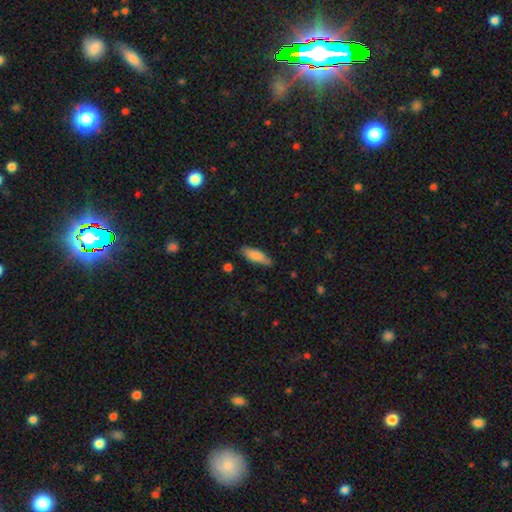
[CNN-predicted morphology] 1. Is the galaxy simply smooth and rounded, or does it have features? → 82% smooth, 12% featured or disk, 6% star or artifact.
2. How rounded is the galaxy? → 60% in between, 39% cigar-shaped, 2% round.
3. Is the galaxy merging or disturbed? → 75% none, 20% minor disturbance, 3% major disturbance, 2% merger.